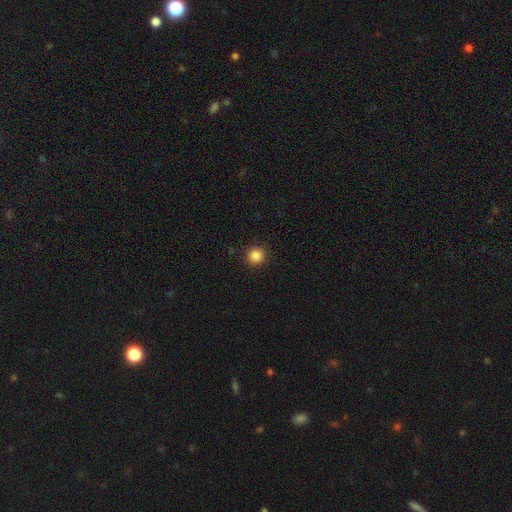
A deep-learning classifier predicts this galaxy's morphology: Smooth or featured?
  - smooth: 86% *
  - star or artifact: 11%
  - featured or disk: 3%
How rounded?
  - round: 95% *
  - in between: 4%
  - cigar-shaped: 1%
Merging?
  - none: 92% *
  - minor disturbance: 5%
  - major disturbance: 2%
  - merger: 1%